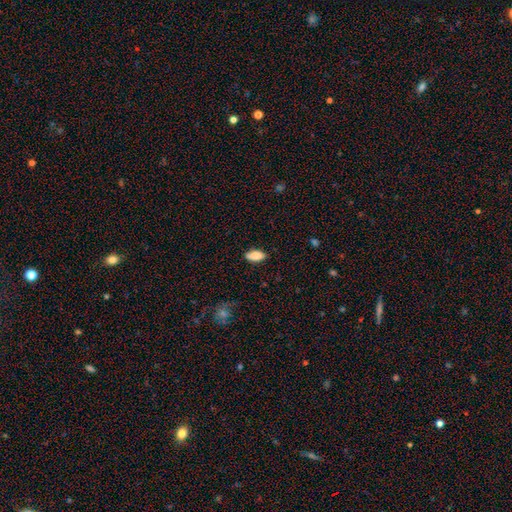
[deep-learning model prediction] Smooth or featured? Predicted: smooth (p=0.83). How rounded? Predicted: in between (p=0.88). Merging? Predicted: none (p=0.82).